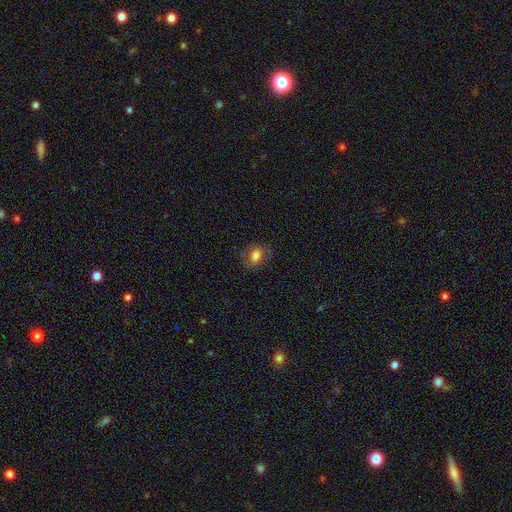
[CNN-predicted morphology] Smooth or featured? smooth (78%)
How rounded? in between (57%)
Merging? none (78%)